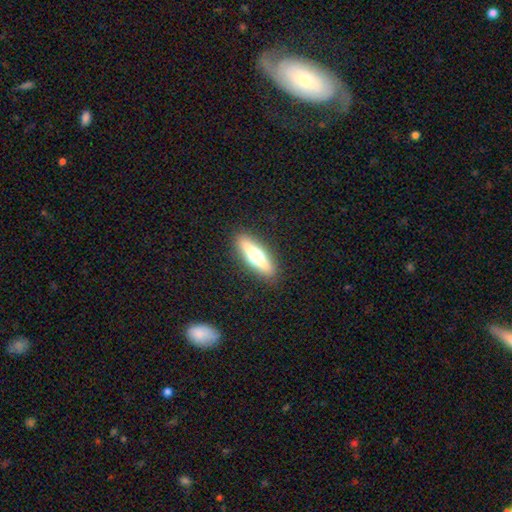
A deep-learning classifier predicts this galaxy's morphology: Overall: featured or disk (50%; smooth 43%). Edge-on disk: yes (90%). Merging: none (89%).